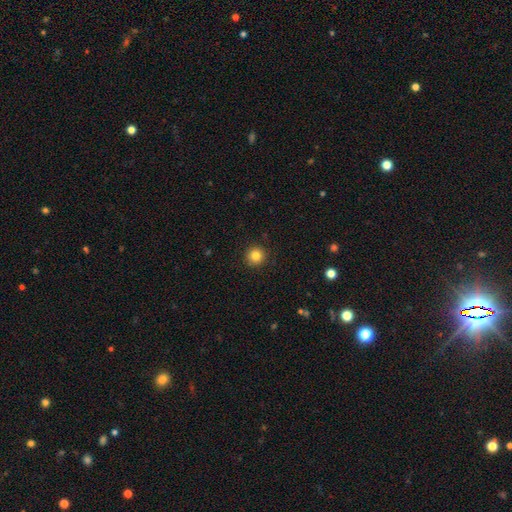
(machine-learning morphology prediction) Smooth or featured? Predicted: smooth (p=0.83). How rounded? Predicted: round (p=0.95). Merging? Predicted: none (p=0.92).